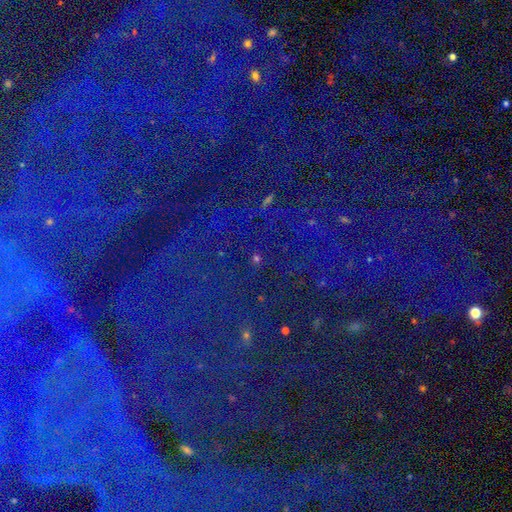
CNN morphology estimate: type=star or artifact (81%).